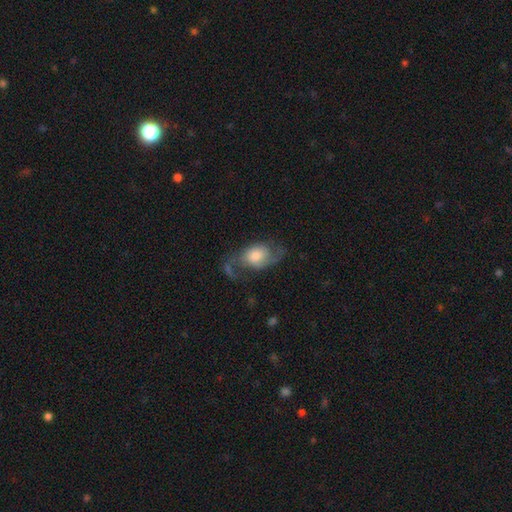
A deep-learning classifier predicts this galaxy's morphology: type=featured or disk (68%); edge-on=no (96%); bar=no (67%); spiral arms=yes (90%); winding=loose (60%); arm count=2 (86%); bulge=moderate (39%); merging=none (51%).